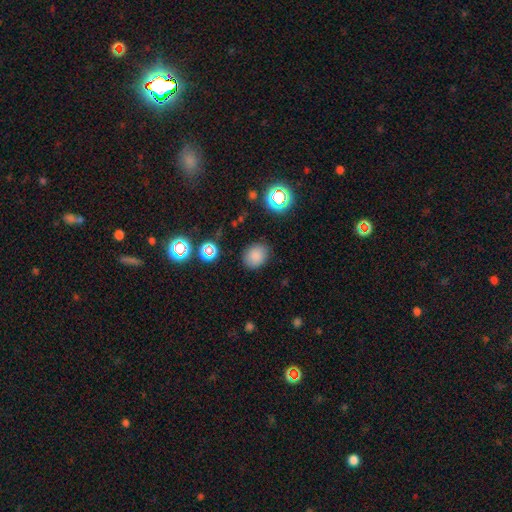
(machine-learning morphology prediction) Smooth or featured? Predicted: smooth (p=0.81). How rounded? Predicted: round (p=0.55). Merging? Predicted: none (p=0.84).